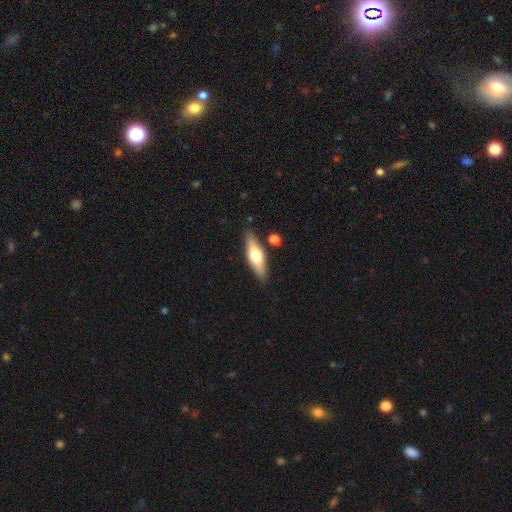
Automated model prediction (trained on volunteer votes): Smooth or featured? smooth (50%)
Merging? none (82%)